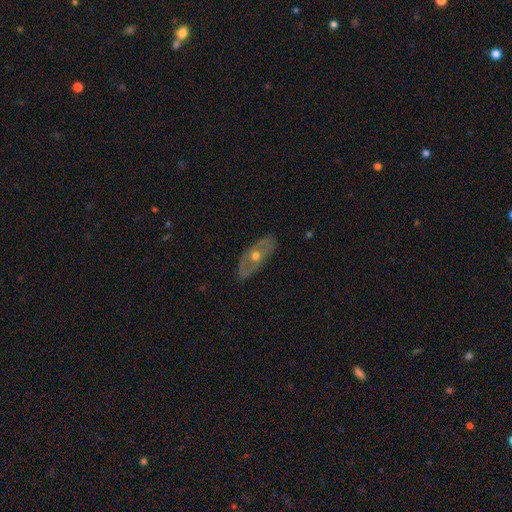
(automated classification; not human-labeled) Smooth or featured: featured or disk — 64% (smooth — 30%)
Edge-on disk: no — 76% (yes — 24%)
Merging: none — 82% (minor disturbance — 14%)